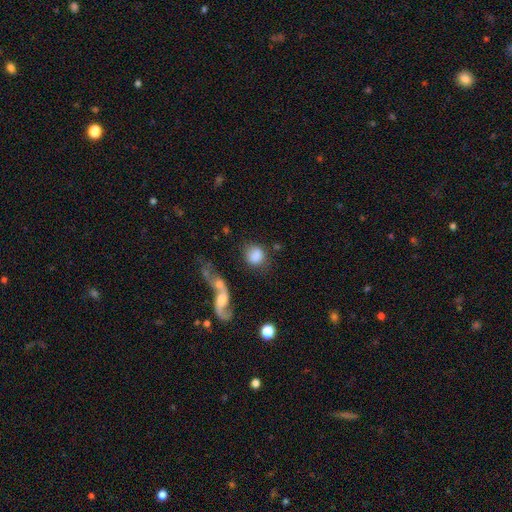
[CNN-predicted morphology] smooth 79%, featured or disk 13%, star or artifact 9%. Down the decision tree: how rounded — round (65%); merging — none (51%).